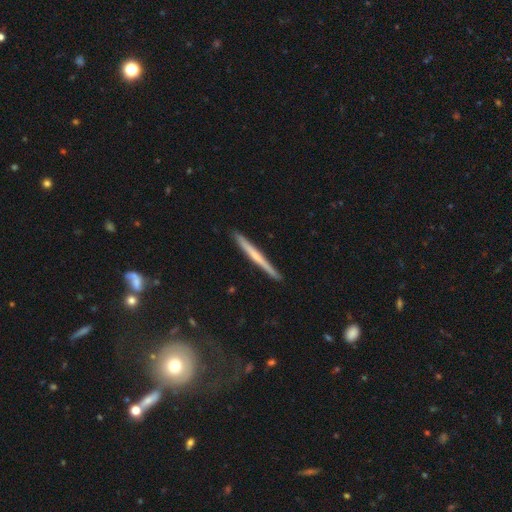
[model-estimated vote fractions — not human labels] Morphology: type=featured or disk (52%); edge-on=yes (97%); edge-on bulge=none (71%); merging=none (91%).